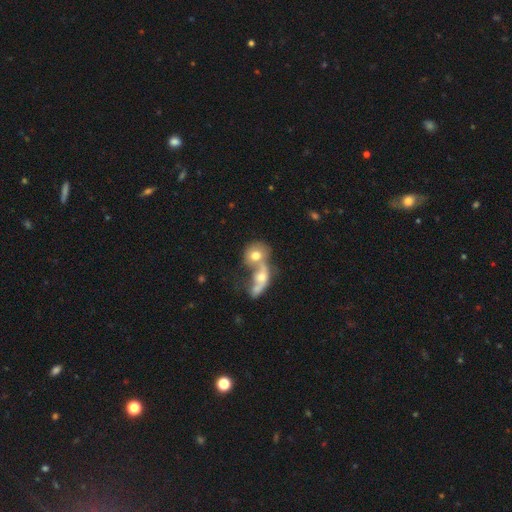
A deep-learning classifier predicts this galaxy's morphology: A smooth galaxy with no disk features (62%) that is round (56%).

Vote fractions:
- Smooth or featured? smooth: 62% / featured or disk: 29% / star or artifact: 9%
- How rounded? round: 56% / in between: 40% / cigar-shaped: 3%
- Merging? merger: 73% / none: 15% / major disturbance: 6% / minor disturbance: 6%